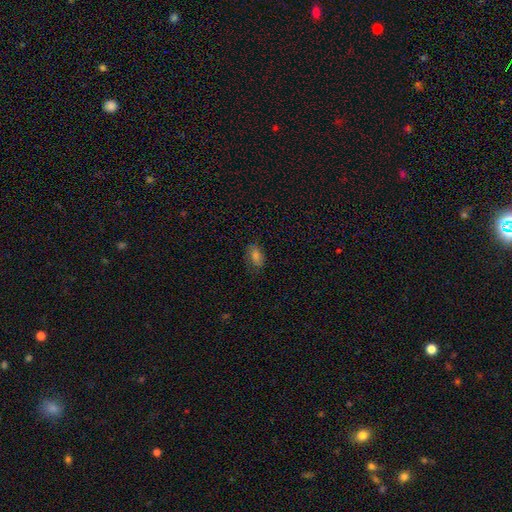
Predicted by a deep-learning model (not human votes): A smooth galaxy with no disk features (71%) that is in between round and cigar-shaped (86%).

Vote fractions:
- Smooth or featured? smooth: 71% / star or artifact: 16% / featured or disk: 13%
- How rounded? in between: 86% / round: 11% / cigar-shaped: 3%
- Merging? none: 78% / minor disturbance: 16% / major disturbance: 5% / merger: 1%